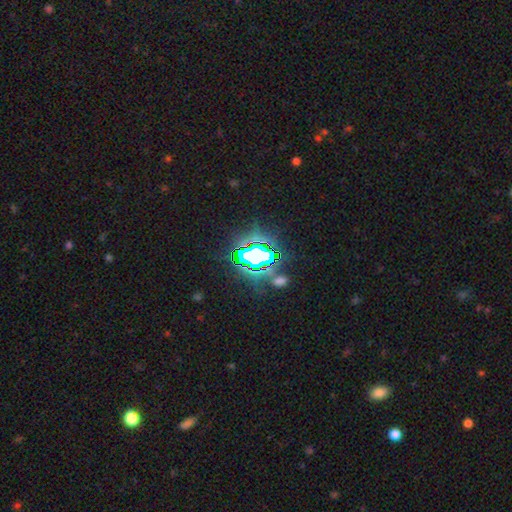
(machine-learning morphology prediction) Q: Smooth or featured?
A: star or artifact (73%); runner-up: smooth (16%)